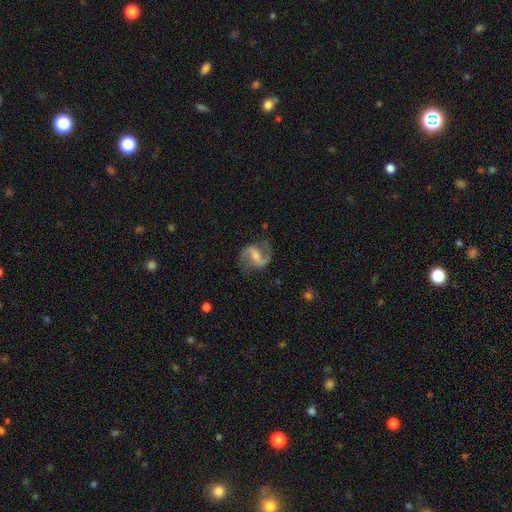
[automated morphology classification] A featured or disk galaxy (89%) with a weak bar (43%), 2 (93%) medium (50%) spiral arms (97%) and a moderate central bulge (45%).

Vote fractions:
- Smooth or featured? featured or disk: 89% / smooth: 6% / star or artifact: 5%
- Edge-on disk? no: 97% / yes: 3%
- Bar? weak: 43% / strong: 41% / no: 16%
- Spiral arms? yes: 97% / no: 3%
- Spiral winding? medium: 50% / loose: 38% / tight: 12%
- Spiral arm count? 2: 93% / can't tell: 2% / 1: 2% / 3: 1% / 4: 1% / more than 4: 1%
- Bulge size? moderate: 45% / small: 43% / none: 7% / large: 4% / dominant: 1%
- Merging? none: 80% / minor disturbance: 13% / major disturbance: 6% / merger: 1%